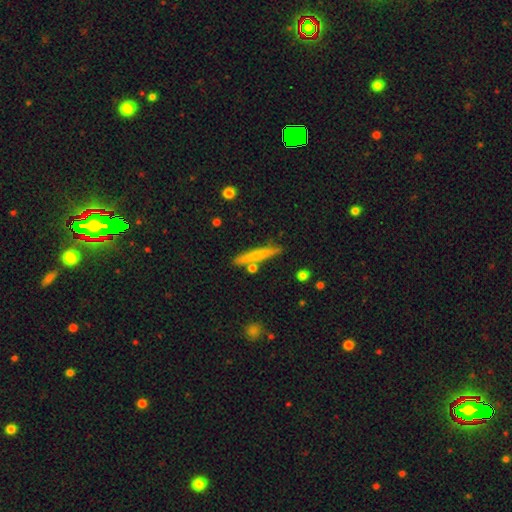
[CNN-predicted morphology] A smooth galaxy with no disk features (63%) that is cigar-shaped (93%).

Vote fractions:
- Smooth or featured? smooth: 63% / featured or disk: 31% / star or artifact: 6%
- How rounded? cigar-shaped: 93% / in between: 5% / round: 2%
- Merging? none: 82% / minor disturbance: 10% / merger: 6% / major disturbance: 2%